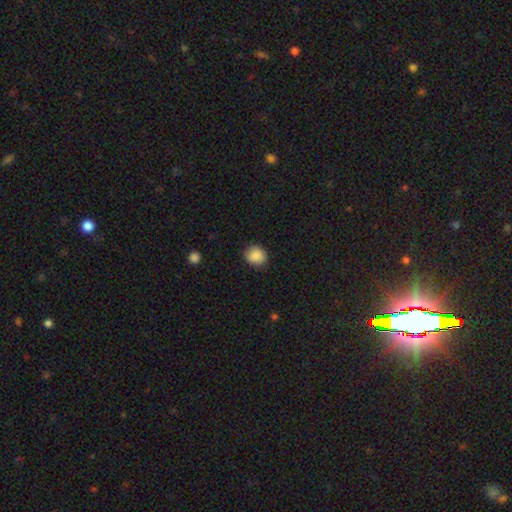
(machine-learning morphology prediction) A smooth galaxy with no disk features (87%) that is round (71%). Merging: none (81%).